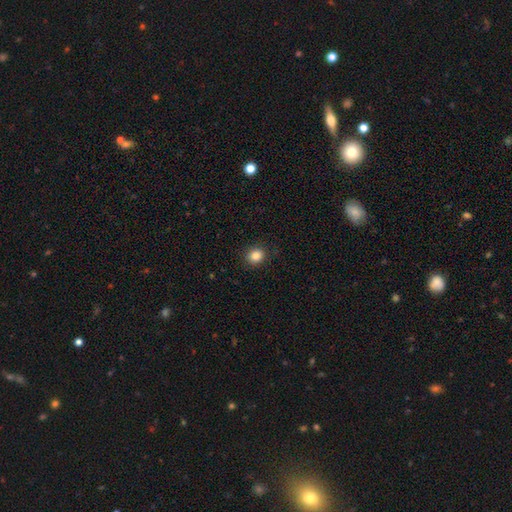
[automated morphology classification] A smooth galaxy with no disk features (86%) that is round (75%).

Vote fractions:
- Smooth or featured? smooth: 86% / star or artifact: 10% / featured or disk: 4%
- How rounded? round: 75% / in between: 24% / cigar-shaped: 1%
- Merging? none: 89% / minor disturbance: 7% / major disturbance: 2% / merger: 1%